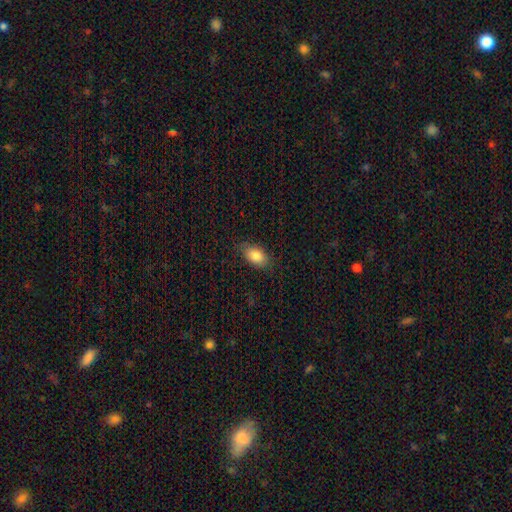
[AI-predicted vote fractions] Smooth or featured: smooth — 86% (star or artifact — 7%)
How rounded: in between — 90% (round — 8%)
Merging: none — 81% (minor disturbance — 14%)